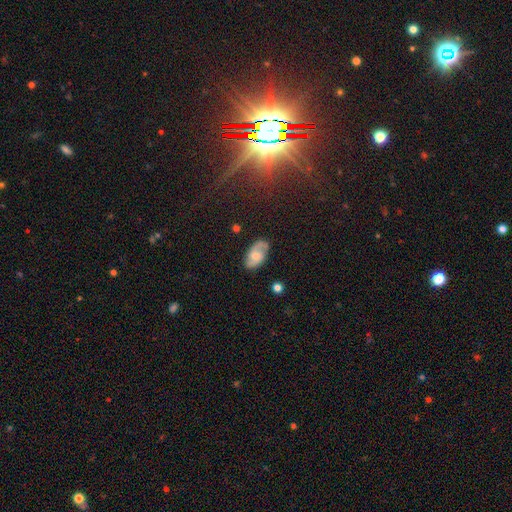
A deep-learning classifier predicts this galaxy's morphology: This appears to be a featured or disk galaxy (55%) with no bar (58%), spiral arms (89%) and a moderate central bulge (40%). Merging: none (74%).